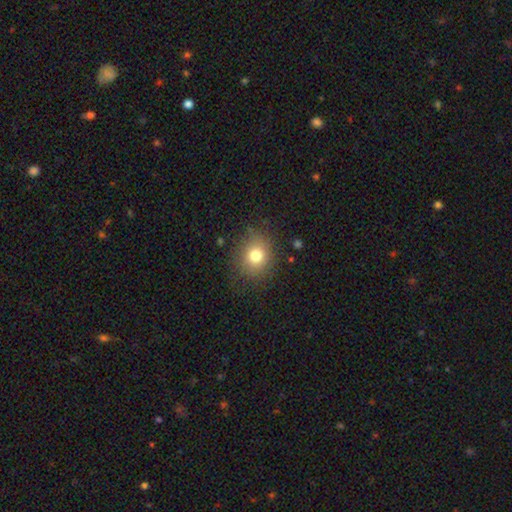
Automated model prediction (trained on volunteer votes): Smooth or featured?
  - smooth: 77% *
  - star or artifact: 12%
  - featured or disk: 10%
How rounded?
  - round: 74% *
  - in between: 25%
  - cigar-shaped: 1%
Merging?
  - none: 82% *
  - minor disturbance: 12%
  - major disturbance: 5%
  - merger: 1%